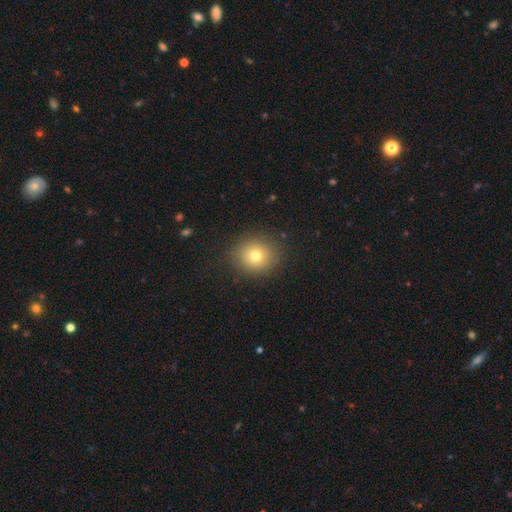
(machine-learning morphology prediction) smooth_or_featured: smooth (p=0.75) [alt: star or artifact p=0.14]
how_rounded: round (p=0.85) [alt: in between p=0.14]
merging: none (p=0.88) [alt: minor disturbance p=0.08]